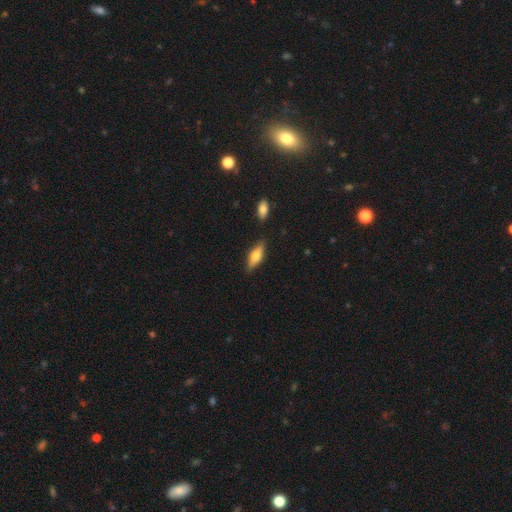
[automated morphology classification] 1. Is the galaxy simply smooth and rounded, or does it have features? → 57% smooth, 37% featured or disk, 7% star or artifact.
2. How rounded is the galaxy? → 54% in between, 44% cigar-shaped, 3% round.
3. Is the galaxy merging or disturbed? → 83% none, 11% minor disturbance, 3% merger, 3% major disturbance.